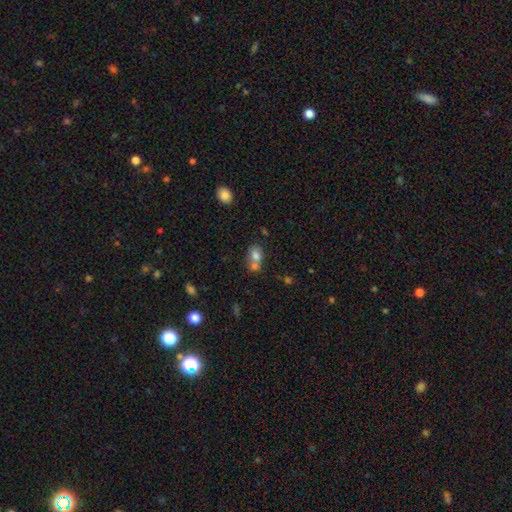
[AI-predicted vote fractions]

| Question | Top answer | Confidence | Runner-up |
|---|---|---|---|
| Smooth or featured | smooth | 76% | featured or disk (13%) |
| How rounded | in between | 57% | round (42%) |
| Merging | merger | 57% | none (31%) |